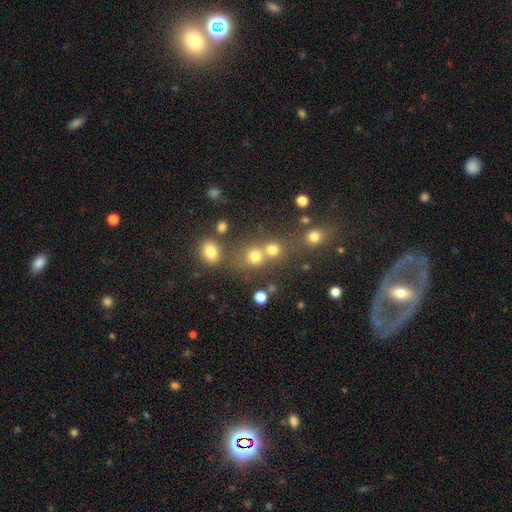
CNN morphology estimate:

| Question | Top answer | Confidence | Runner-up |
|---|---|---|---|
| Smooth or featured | smooth | 66% | star or artifact (23%) |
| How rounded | round | 82% | in between (17%) |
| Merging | none | 51% | merger (37%) |